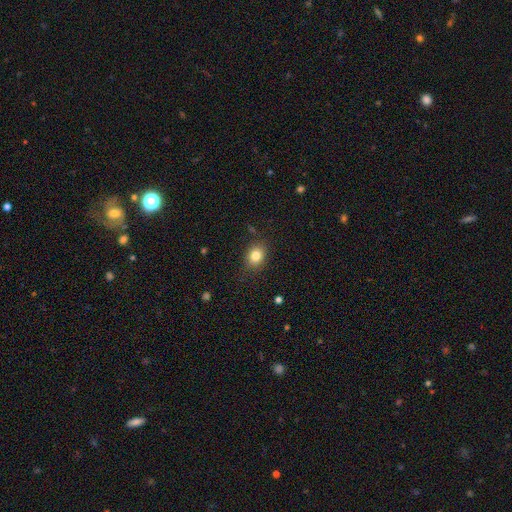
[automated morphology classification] type=smooth (83%); roundness=in between (53%); merging=none (84%).